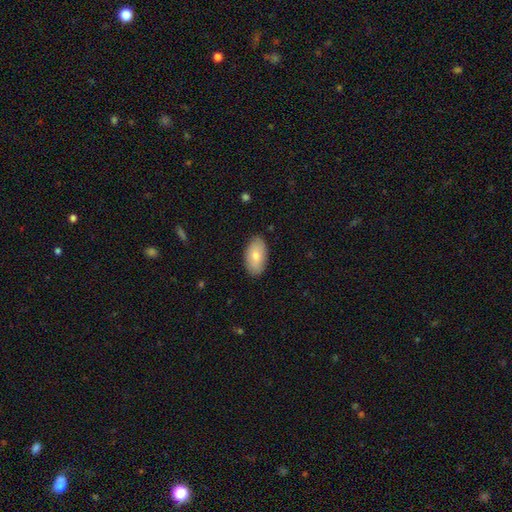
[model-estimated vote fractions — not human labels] Smooth or featured? smooth (77%)
How rounded? in between (94%)
Merging? none (87%)